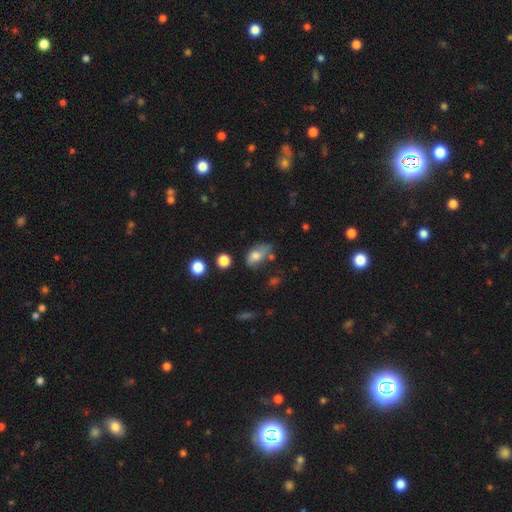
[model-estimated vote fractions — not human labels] smooth_or_featured: smooth (p=0.70) [alt: featured or disk p=0.20]
how_rounded: in between (p=0.85) [alt: round p=0.13]
merging: none (p=0.38) [alt: minor disturbance p=0.35]